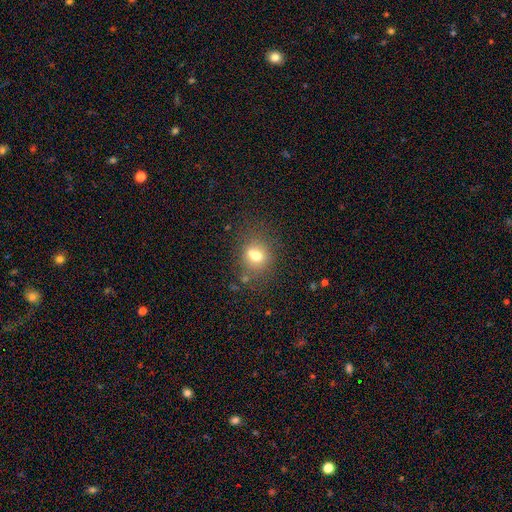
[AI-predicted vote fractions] This is likely a smooth galaxy (66%). How rounded: likely round (74%). Merging: possibly none (59%).